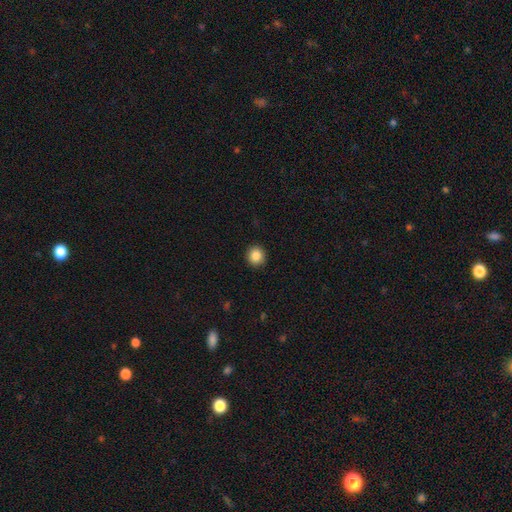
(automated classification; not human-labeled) Smooth or featured? Predicted: smooth (p=0.87). How rounded? Predicted: round (p=0.90). Merging? Predicted: none (p=0.92).